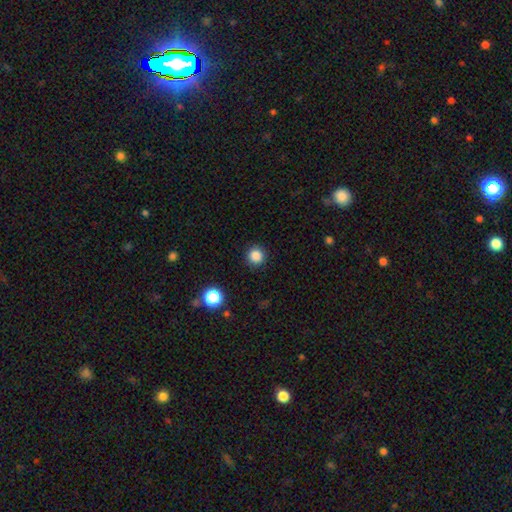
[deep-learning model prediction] This appears to be a smooth galaxy with no disk features (85%) that is round (95%). Merging: none (91%).